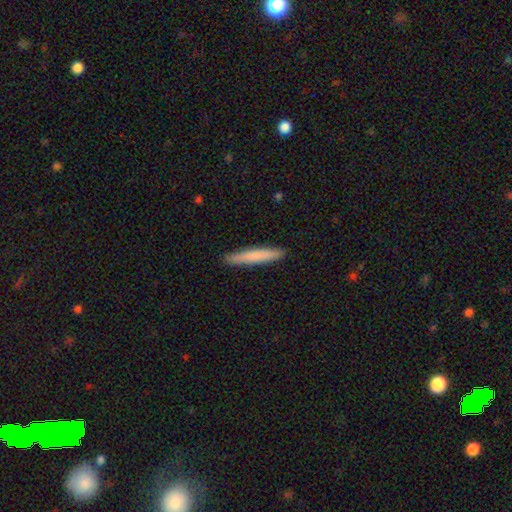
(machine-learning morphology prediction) The model was most divided on "smooth or featured": smooth: 78%, featured or disk: 17%, star or artifact: 5%. More confident: how rounded — cigar-shaped (95%); merging — none (90%).